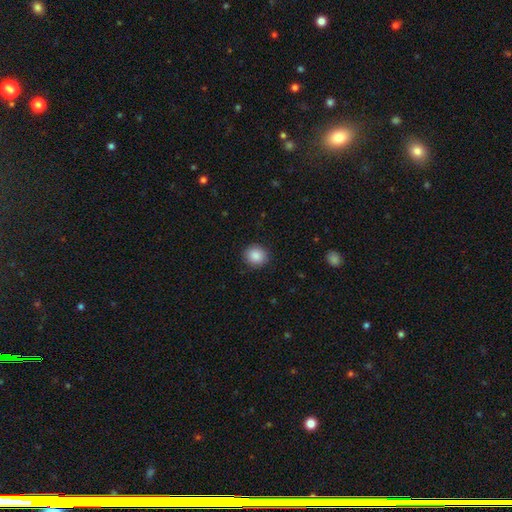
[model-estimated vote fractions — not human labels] Overall: smooth (88%). How rounded: round (82%). Merging: none (89%).